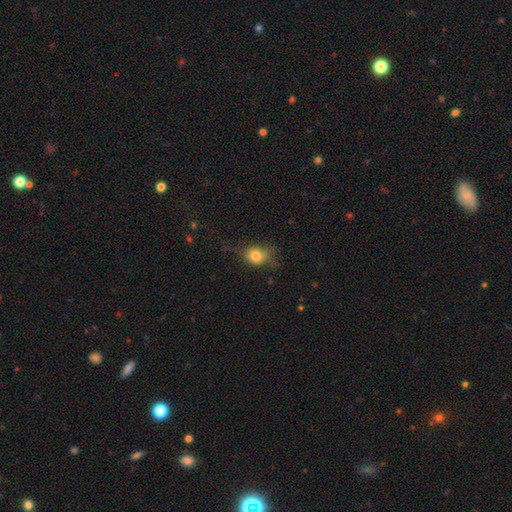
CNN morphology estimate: Smooth or featured? Predicted: smooth (p=0.77). How rounded? Predicted: round (p=0.53). Merging? Predicted: none (p=0.49).